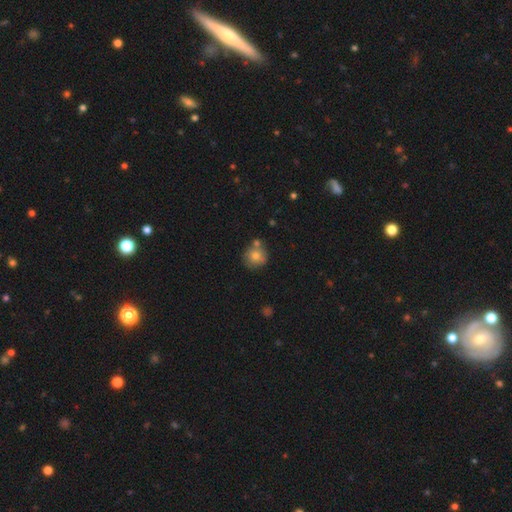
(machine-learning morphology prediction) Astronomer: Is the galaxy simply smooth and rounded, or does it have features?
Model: smooth — 77%.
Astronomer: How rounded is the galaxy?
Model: round — 90%.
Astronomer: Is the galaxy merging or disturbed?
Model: none — 64%.